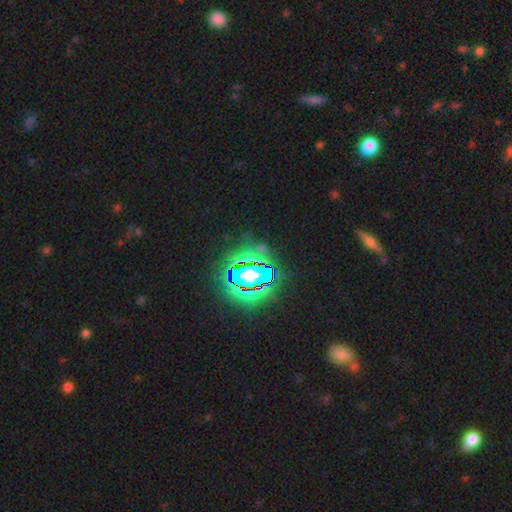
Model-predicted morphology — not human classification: Smooth or featured? star or artifact (79%)